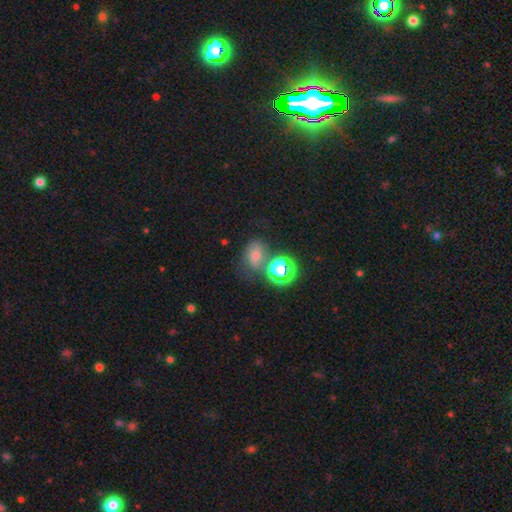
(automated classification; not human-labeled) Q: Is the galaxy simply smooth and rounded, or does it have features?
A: smooth — 48%.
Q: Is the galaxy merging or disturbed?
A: none — 53%.